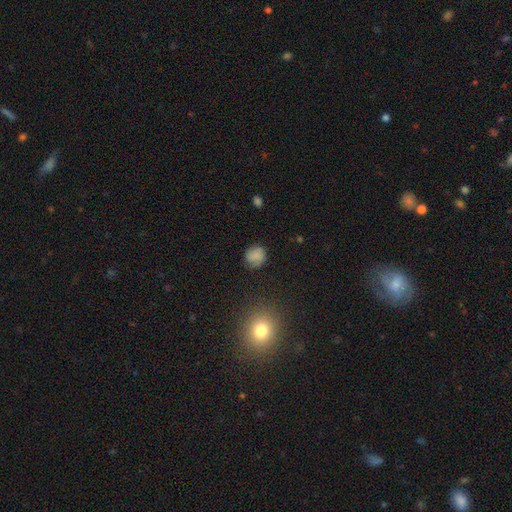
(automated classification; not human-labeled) smooth_or_featured: smooth (p=0.75) [alt: featured or disk p=0.13]
how_rounded: round (p=0.78) [alt: in between p=0.21]
merging: none (p=0.76) [alt: minor disturbance p=0.18]